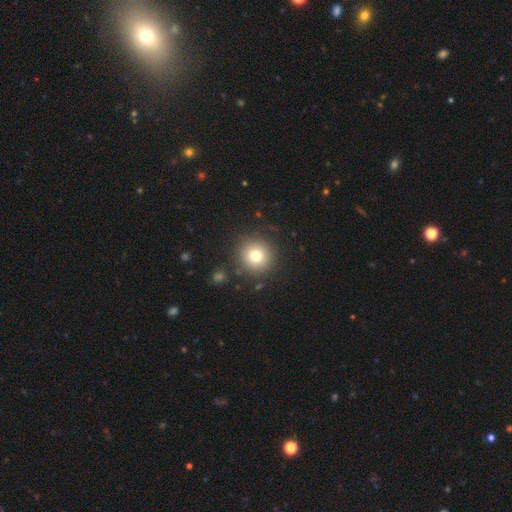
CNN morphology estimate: This is likely a smooth galaxy (76%). How rounded: clearly round (95%). Merging: clearly none (87%).